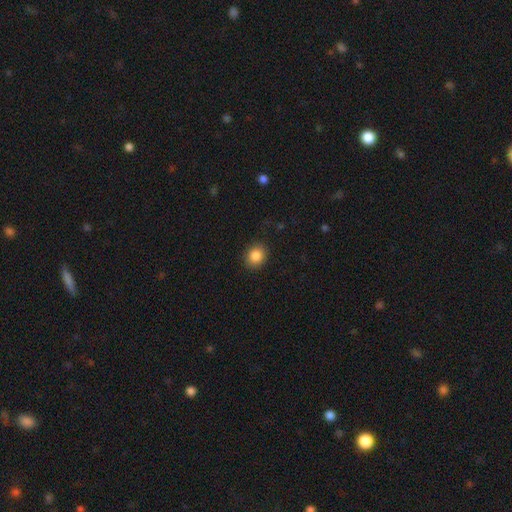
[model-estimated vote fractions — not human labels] Q: Smooth or featured?
A: smooth (87%); runner-up: star or artifact (9%)
Q: How rounded?
A: round (69%); runner-up: in between (30%)
Q: Merging?
A: none (88%); runner-up: minor disturbance (9%)